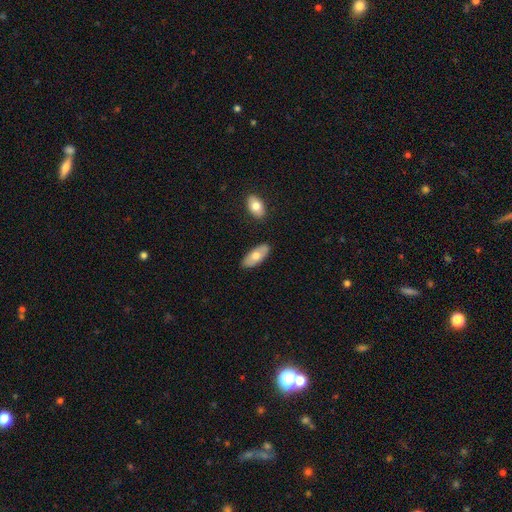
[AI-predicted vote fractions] A smooth galaxy with no disk features (67%) that is in between round and cigar-shaped (88%).

Vote fractions:
- Smooth or featured? smooth: 67% / featured or disk: 28% / star or artifact: 6%
- How rounded? in between: 88% / cigar-shaped: 9% / round: 2%
- Merging? none: 84% / minor disturbance: 11% / merger: 4% / major disturbance: 2%